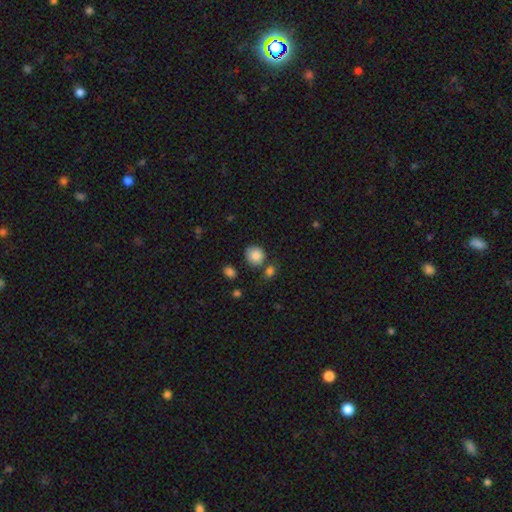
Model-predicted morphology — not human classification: smooth-or-featured: smooth: 86% | star or artifact: 9% | featured or disk: 6%
  how-rounded: round: 84% | in between: 15% | cigar-shaped: 1%
  merging: none: 69% | minor disturbance: 16% | merger: 11% | major disturbance: 4%